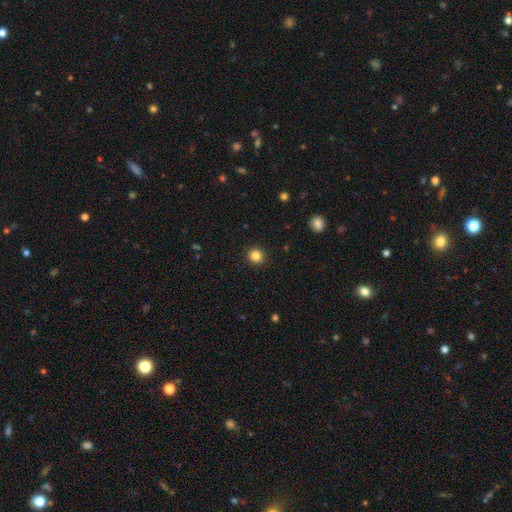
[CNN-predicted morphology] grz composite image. It shows a smooth galaxy with no disk features (84%) that is round (92%). Merging: none (92%).